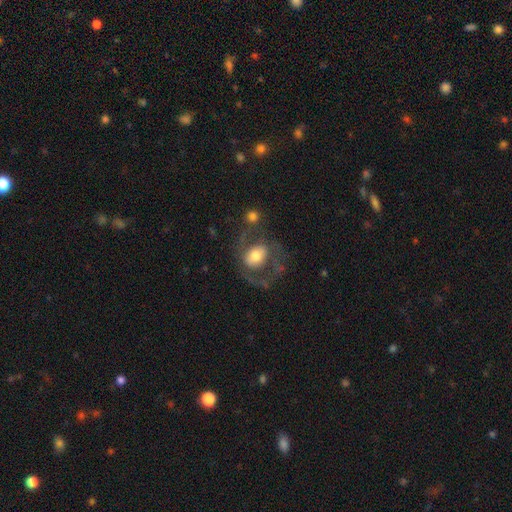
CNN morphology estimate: smooth_or_featured: smooth (p=0.47) [alt: featured or disk p=0.46]
merging: none (p=0.40) [alt: major disturbance p=0.34]